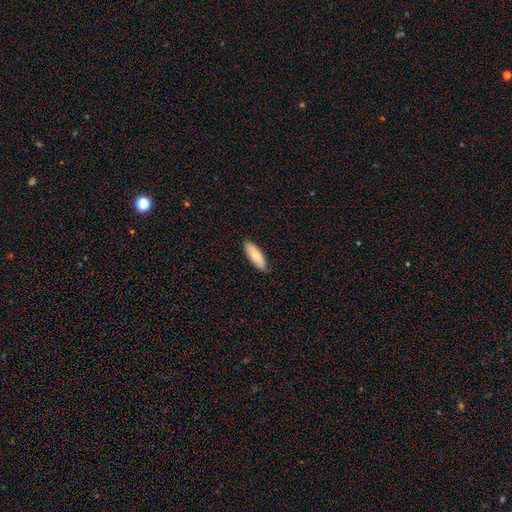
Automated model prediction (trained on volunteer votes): Morphology: type=smooth (80%); roundness=in between (61%); merging=none (88%).